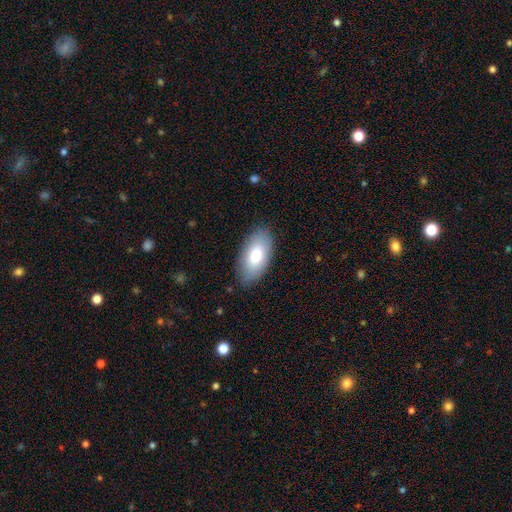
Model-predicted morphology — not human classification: This is likely a smooth galaxy (78%). How rounded: clearly in between (94%). Merging: clearly none (83%).